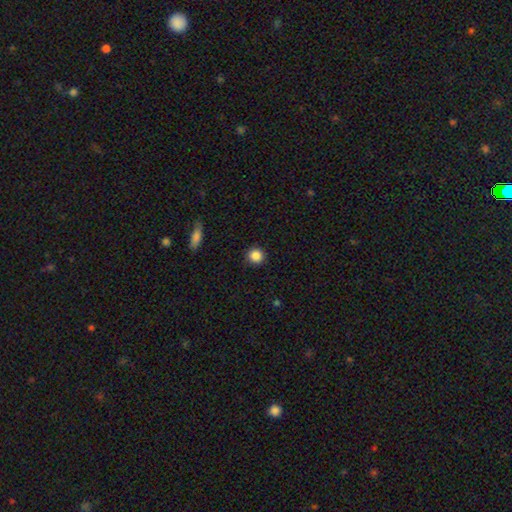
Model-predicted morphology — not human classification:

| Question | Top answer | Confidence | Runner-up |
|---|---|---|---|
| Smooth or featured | smooth | 86% | star or artifact (10%) |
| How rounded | round | 93% | in between (6%) |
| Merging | none | 90% | minor disturbance (7%) |